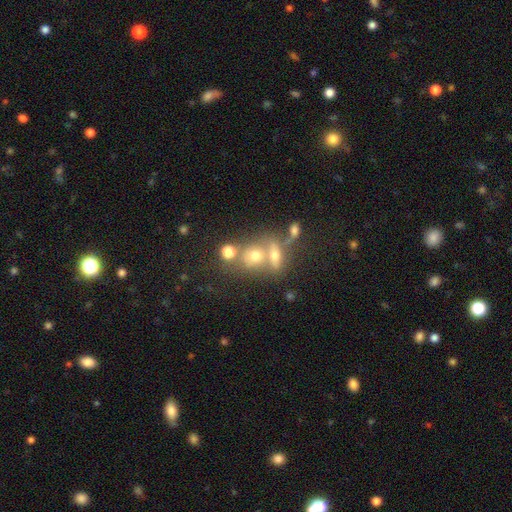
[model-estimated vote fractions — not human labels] Smooth or featured?
  - smooth: 47% *
  - featured or disk: 31%
  - star or artifact: 22%
Merging?
  - merger: 55% *
  - none: 30%
  - minor disturbance: 8%
  - major disturbance: 7%